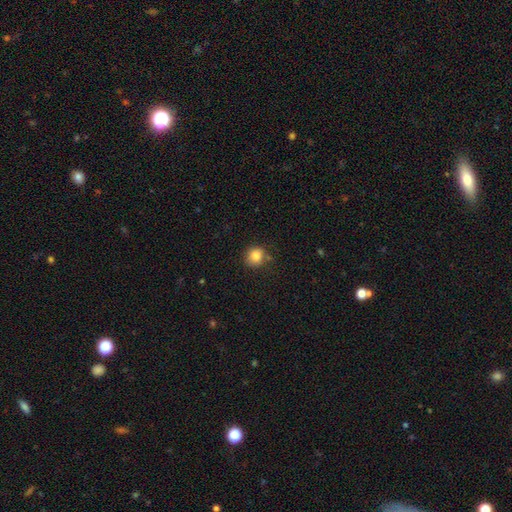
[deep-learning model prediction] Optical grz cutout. It shows a smooth galaxy with no disk features (85%) that is round (81%). Merging: none (74%).